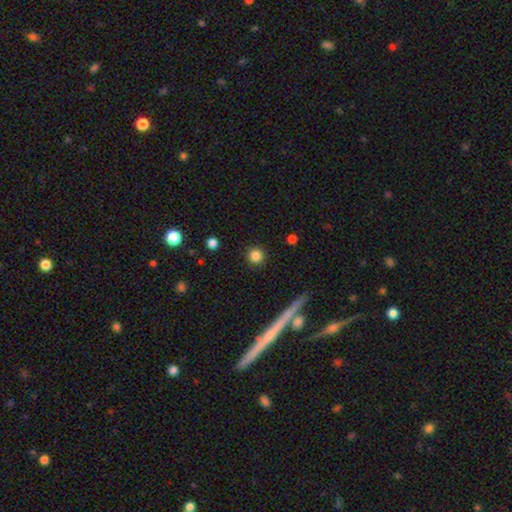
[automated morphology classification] Smooth or featured? Predicted: smooth (p=0.83). How rounded? Predicted: round (p=0.94). Merging? Predicted: none (p=0.91).